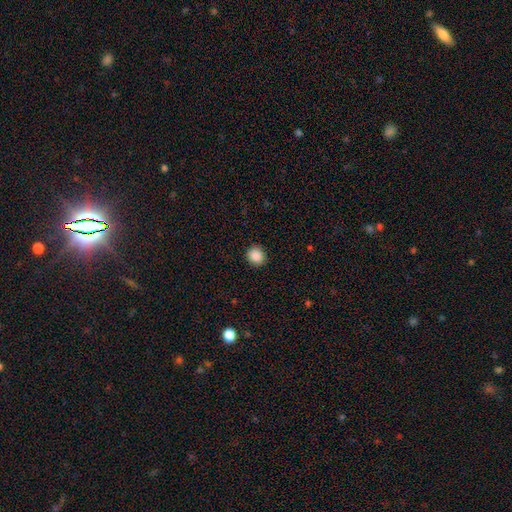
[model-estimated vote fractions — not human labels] Smooth or featured? Predicted: smooth (p=0.89). How rounded? Predicted: round (p=0.79). Merging? Predicted: none (p=0.90).